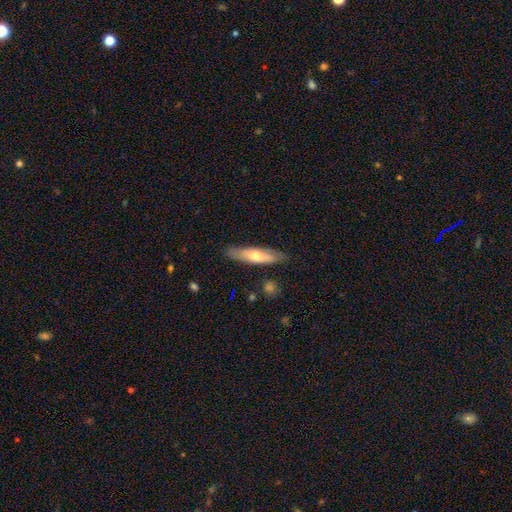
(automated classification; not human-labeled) A smooth galaxy with no disk features (55%) that is cigar-shaped (71%).

Vote fractions:
- Smooth or featured? smooth: 55% / featured or disk: 39% / star or artifact: 6%
- How rounded? cigar-shaped: 71% / in between: 27% / round: 2%
- Merging? none: 83% / minor disturbance: 13% / major disturbance: 3% / merger: 2%